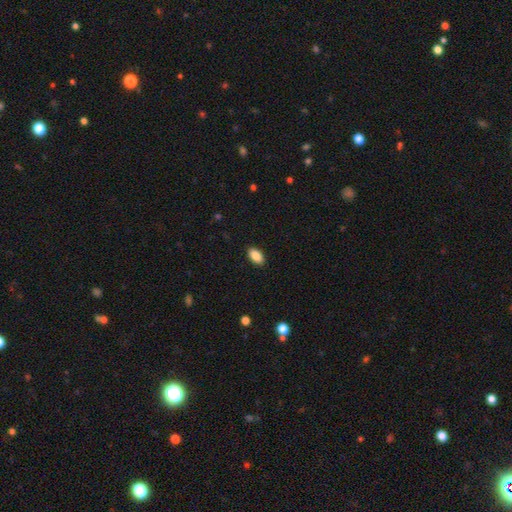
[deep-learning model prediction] Smooth or featured? Predicted: smooth (p=0.87). How rounded? Predicted: in between (p=0.93). Merging? Predicted: none (p=0.90).